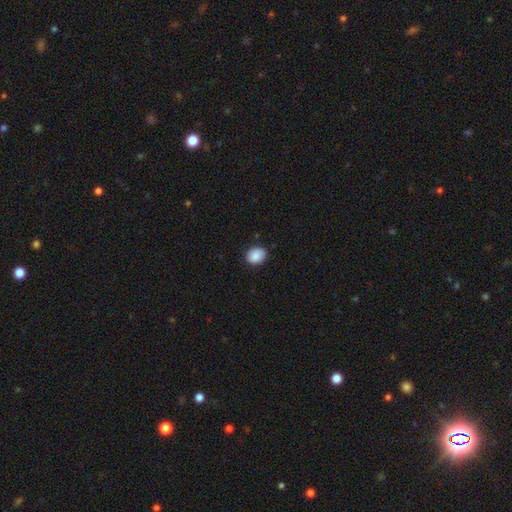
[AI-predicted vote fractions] Q: Smooth or featured?
A: smooth (89%); runner-up: star or artifact (8%)
Q: How rounded?
A: round (54%); runner-up: in between (46%)
Q: Merging?
A: none (85%); runner-up: minor disturbance (12%)